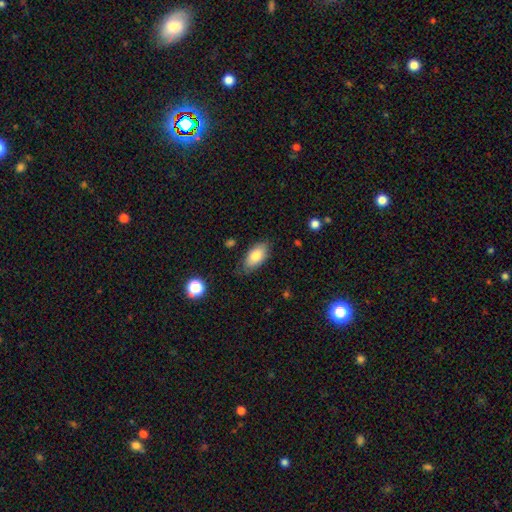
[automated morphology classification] Smooth or featured? Predicted: smooth (p=0.80). How rounded? Predicted: in between (p=0.91). Merging? Predicted: none (p=0.78).